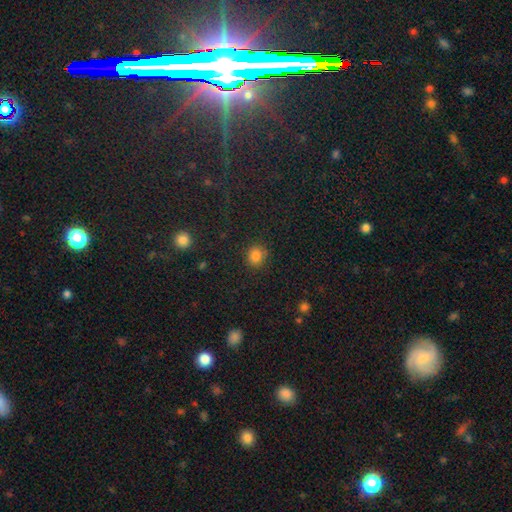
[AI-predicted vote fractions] smooth-or-featured: smooth: 82% | star or artifact: 13% | featured or disk: 5%
  how-rounded: round: 79% | in between: 20% | cigar-shaped: 1%
  merging: none: 85% | minor disturbance: 10% | major disturbance: 3% | merger: 1%